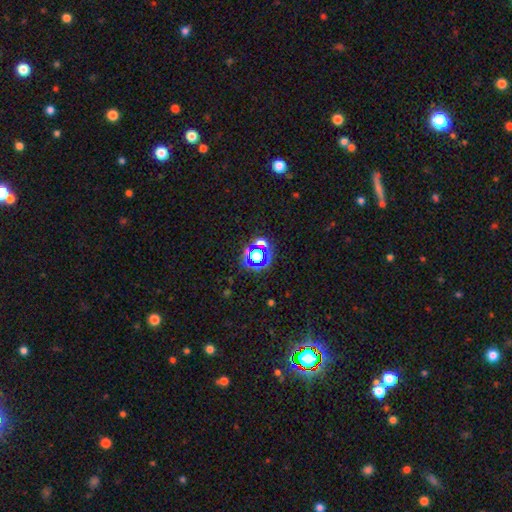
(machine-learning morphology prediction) type=star or artifact (60%).